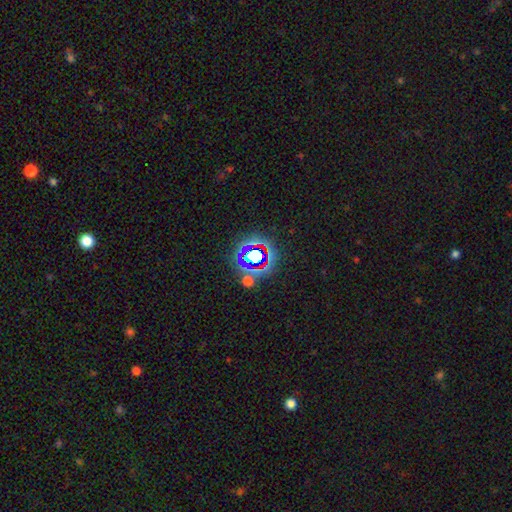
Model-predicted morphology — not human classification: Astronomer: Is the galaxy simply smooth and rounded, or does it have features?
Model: star or artifact — 62%.